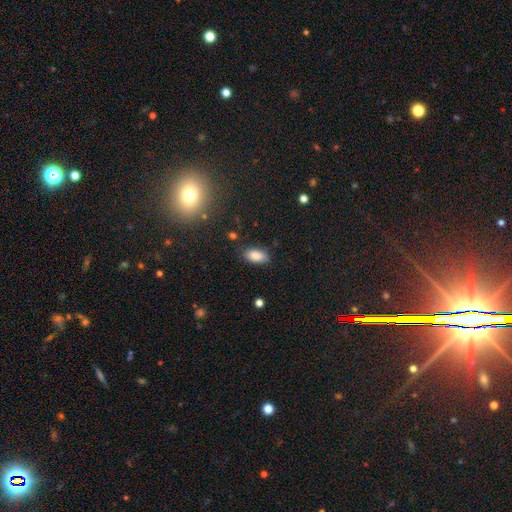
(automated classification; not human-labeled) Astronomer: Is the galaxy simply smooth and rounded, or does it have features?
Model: smooth — 86%.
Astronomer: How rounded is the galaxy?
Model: in between — 92%.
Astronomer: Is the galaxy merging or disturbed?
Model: none — 81%.